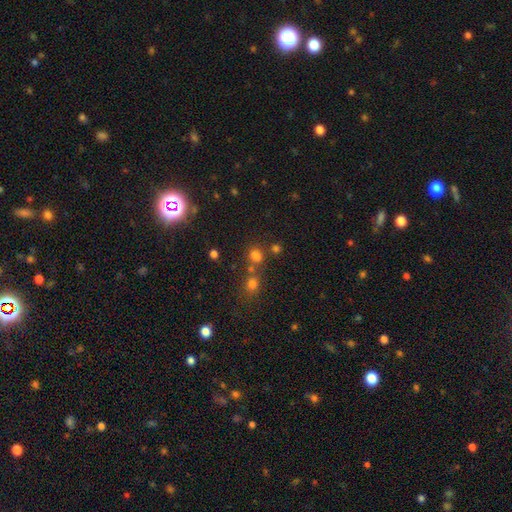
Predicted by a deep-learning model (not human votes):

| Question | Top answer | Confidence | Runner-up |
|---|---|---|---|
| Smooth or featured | smooth | 70% | star or artifact (23%) |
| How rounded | round | 72% | in between (27%) |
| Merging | none | 62% | merger (23%) |